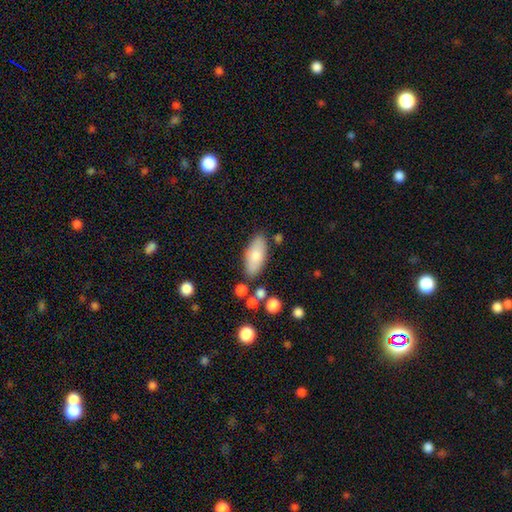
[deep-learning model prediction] Overall: smooth (76%). How rounded: in between (85%). Merging: none (80%).